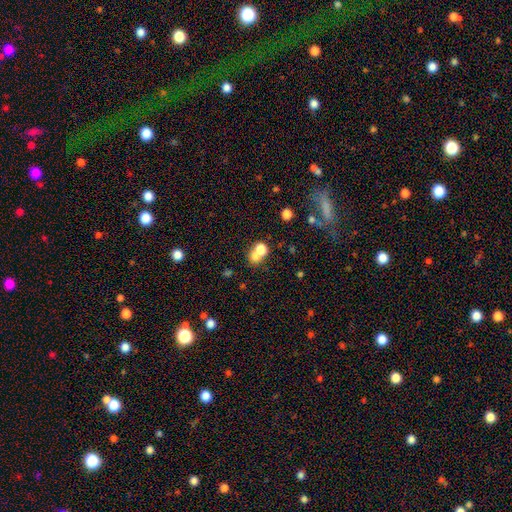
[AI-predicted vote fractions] Smooth or featured?
  - smooth: 71% *
  - featured or disk: 15%
  - star or artifact: 14%
How rounded?
  - round: 69% *
  - in between: 30%
  - cigar-shaped: 1%
Merging?
  - merger: 57% *
  - none: 32%
  - minor disturbance: 6%
  - major disturbance: 4%